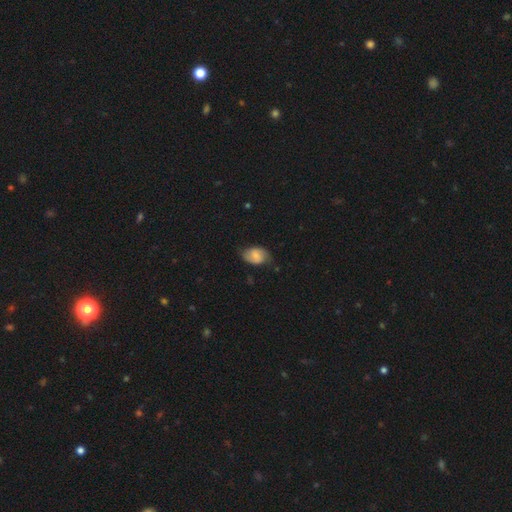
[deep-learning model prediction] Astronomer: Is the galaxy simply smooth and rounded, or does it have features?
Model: smooth — 59%.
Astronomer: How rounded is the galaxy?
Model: in between — 81%.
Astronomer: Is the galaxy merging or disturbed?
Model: none — 67%.